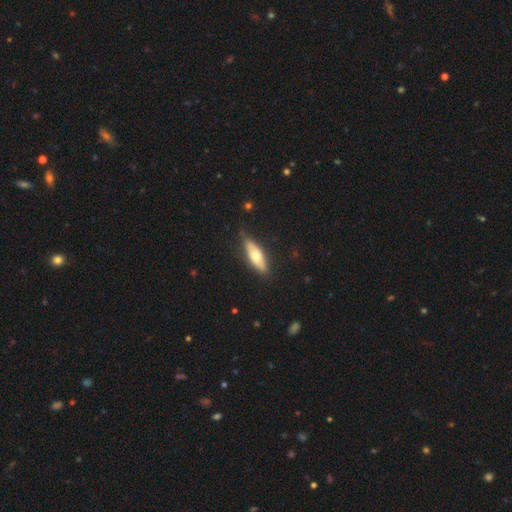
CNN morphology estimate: type=smooth (60%); roundness=in between (55%); merging=none (80%).